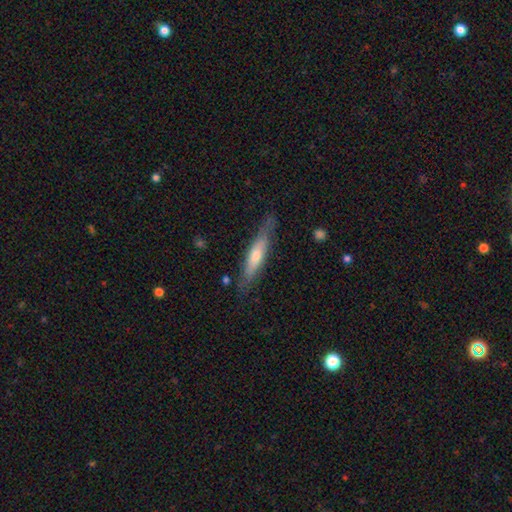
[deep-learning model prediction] Morphology: type=smooth (48%); merging=none (78%).